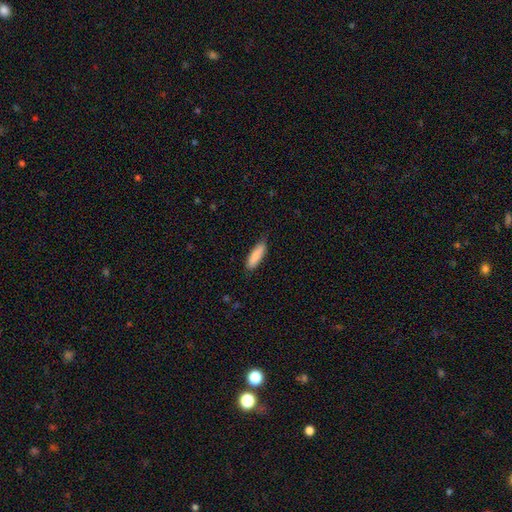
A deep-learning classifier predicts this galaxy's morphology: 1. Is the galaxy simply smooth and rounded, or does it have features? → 88% smooth, 7% featured or disk, 6% star or artifact.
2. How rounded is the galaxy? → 51% cigar-shaped, 47% in between, 1% round.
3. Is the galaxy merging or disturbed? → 80% none, 17% minor disturbance, 2% major disturbance, 1% merger.